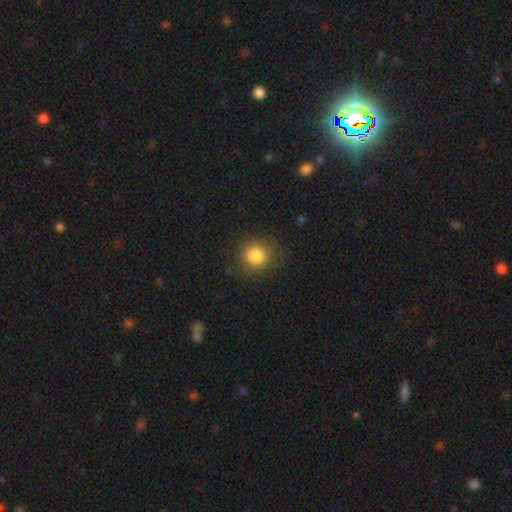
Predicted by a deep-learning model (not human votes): This is clearly a smooth galaxy (84%). How rounded: clearly round (87%). Merging: clearly none (85%).